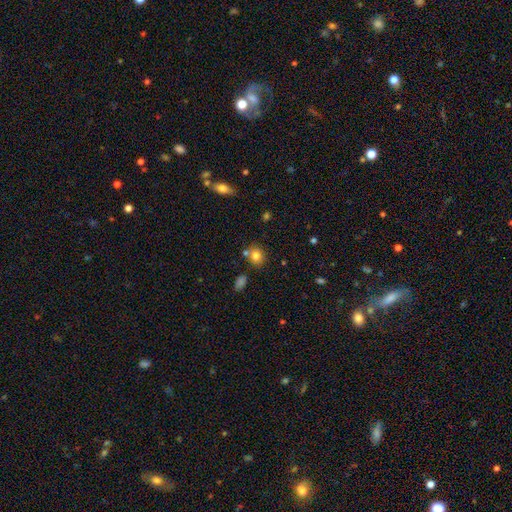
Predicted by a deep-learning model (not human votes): smooth_or_featured: smooth (p=0.80) [alt: star or artifact p=0.12]
how_rounded: round (p=0.76) [alt: in between p=0.23]
merging: none (p=0.72) [alt: merger p=0.13]